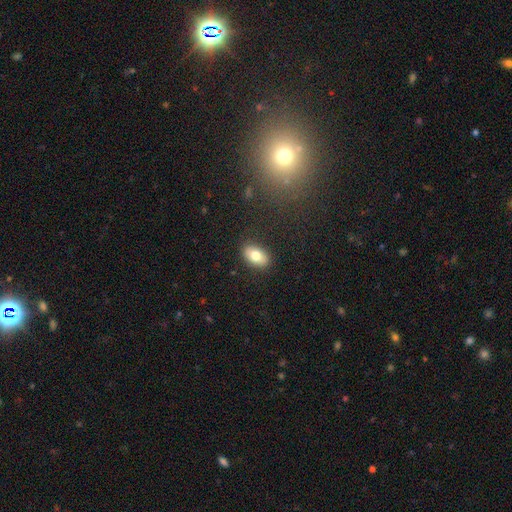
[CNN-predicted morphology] Smooth or featured: smooth — 77% (featured or disk — 16%)
How rounded: in between — 90% (round — 7%)
Merging: none — 87% (minor disturbance — 9%)